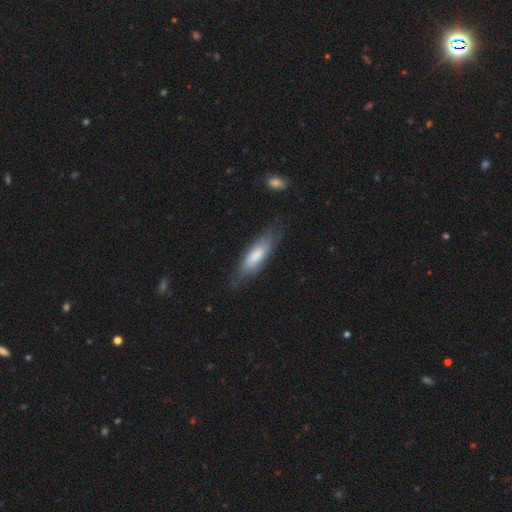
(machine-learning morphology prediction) Smooth or featured: smooth — 70% (featured or disk — 24%)
How rounded: in between — 50% (cigar-shaped — 49%)
Merging: none — 68% (minor disturbance — 23%)